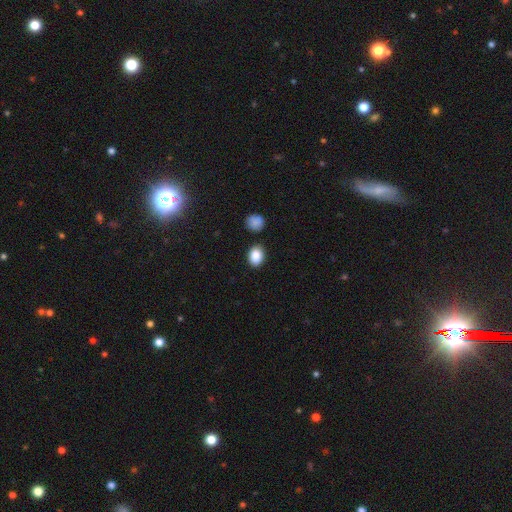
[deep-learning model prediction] The model was most divided on "how rounded": in between: 68%, round: 30%, cigar-shaped: 1%. More confident: smooth or featured — smooth (87%); merging — none (84%).